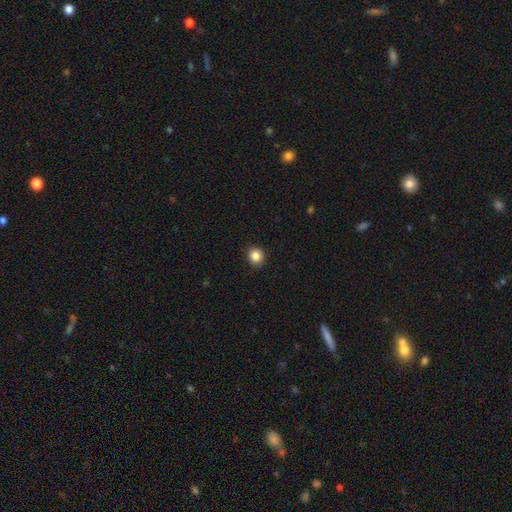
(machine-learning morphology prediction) A smooth galaxy with no disk features (86%) that is round (88%). Merging: none (92%).